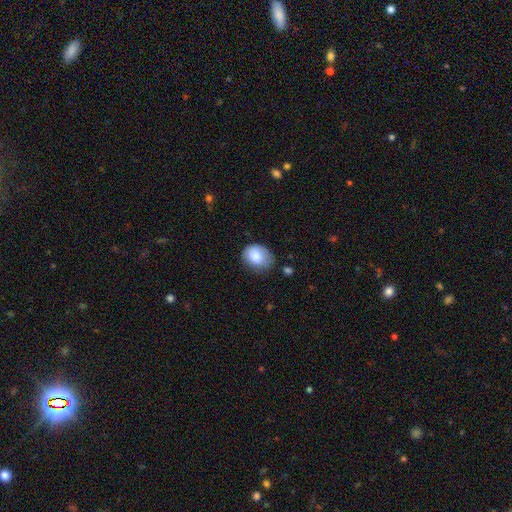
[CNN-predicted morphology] Smooth or featured: smooth — 85% (featured or disk — 7%)
How rounded: in between — 55% (round — 44%)
Merging: none — 60% (minor disturbance — 30%)